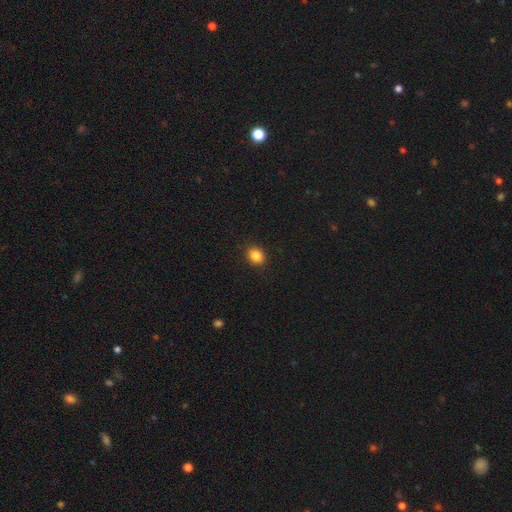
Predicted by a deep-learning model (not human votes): A smooth galaxy with no disk features (86%) that is round (50%).

Vote fractions:
- Smooth or featured? smooth: 86% / star or artifact: 10% / featured or disk: 4%
- How rounded? round: 50% / in between: 49% / cigar-shaped: 1%
- Merging? none: 90% / minor disturbance: 7% / major disturbance: 2% / merger: 1%